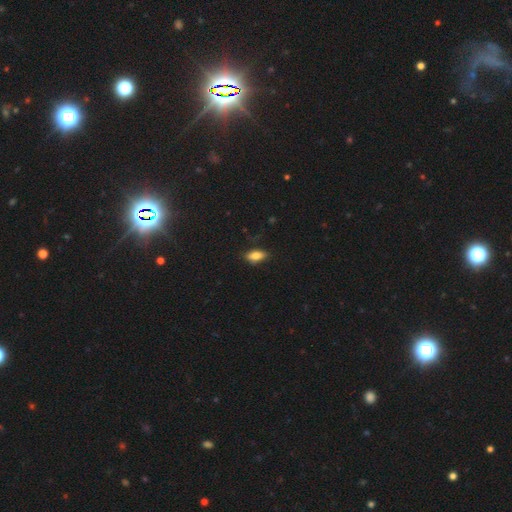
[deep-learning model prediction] This appears to be a smooth galaxy with no disk features (79%) that is in between round and cigar-shaped (82%). Merging: none (80%).